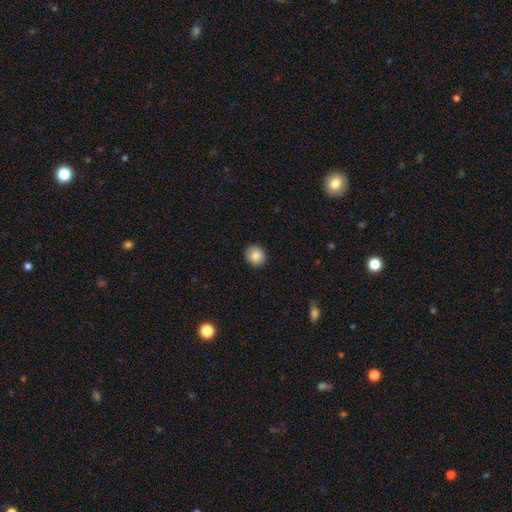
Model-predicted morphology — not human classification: Q: Smooth or featured?
A: smooth (85%); runner-up: star or artifact (9%)
Q: How rounded?
A: round (87%); runner-up: in between (13%)
Q: Merging?
A: none (90%); runner-up: minor disturbance (7%)